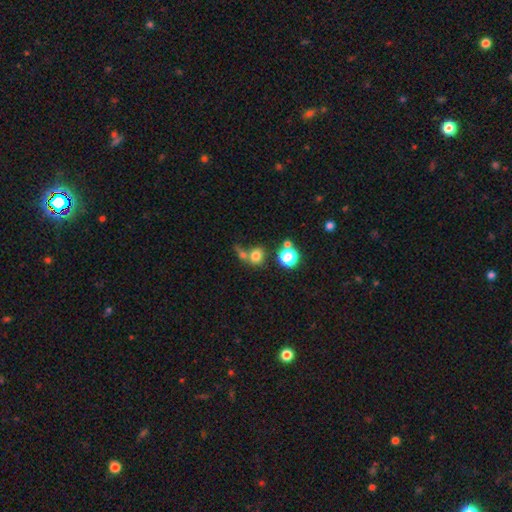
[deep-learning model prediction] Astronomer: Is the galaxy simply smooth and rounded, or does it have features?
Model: smooth — 75%.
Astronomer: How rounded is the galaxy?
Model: round — 75%.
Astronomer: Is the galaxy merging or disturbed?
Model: none — 49% (runner-up: merger, 34%).